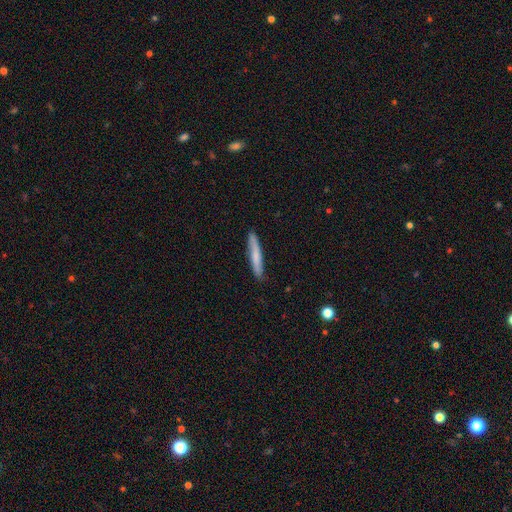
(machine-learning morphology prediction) Q: Smooth or featured?
A: smooth (69%); runner-up: featured or disk (26%)
Q: How rounded?
A: cigar-shaped (94%); runner-up: in between (5%)
Q: Merging?
A: none (87%); runner-up: minor disturbance (11%)